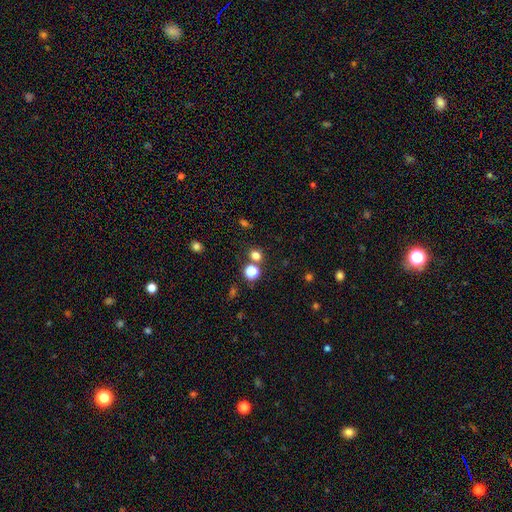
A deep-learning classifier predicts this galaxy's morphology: Smooth or featured? smooth (72%)
How rounded? round (82%)
Merging? none (74%)